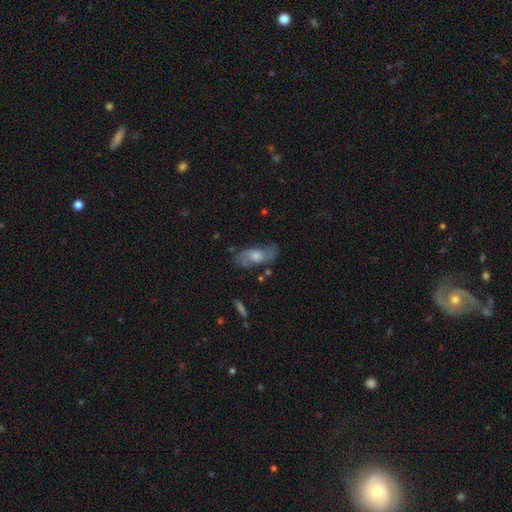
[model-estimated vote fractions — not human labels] Smooth or featured: featured or disk — 64% (smooth — 28%)
Edge-on disk: no — 89% (yes — 11%)
Bar: no — 67% (weak — 28%)
Spiral arms: yes — 85% (no — 15%)
Bulge size: moderate — 46% (large — 22%)
Merging: none — 63% (minor disturbance — 22%)